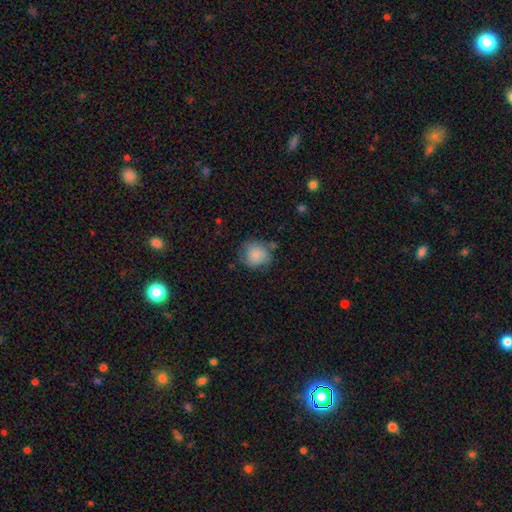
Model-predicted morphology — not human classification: smooth-or-featured: smooth: 82% | featured or disk: 10% | star or artifact: 8%
  how-rounded: round: 84% | in between: 15% | cigar-shaped: 1%
  merging: none: 65% | minor disturbance: 24% | major disturbance: 7% | merger: 4%